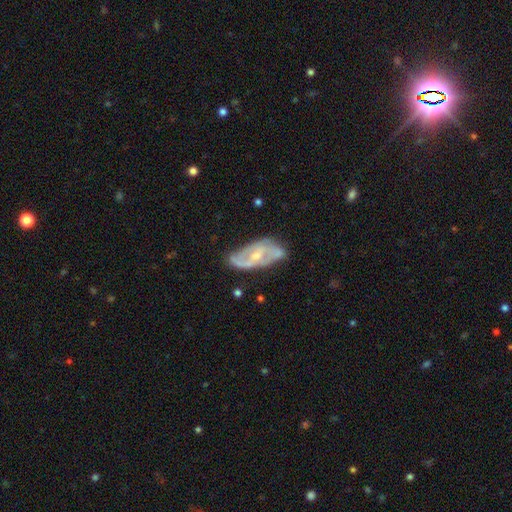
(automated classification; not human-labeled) smooth_or_featured: featured or disk (p=0.74) [alt: smooth p=0.20]
disk_edge_on: no (p=0.91) [alt: yes p=0.09]
bar: no (p=0.49) [alt: weak p=0.38]
has_spiral_arms: yes (p=0.73) [alt: no p=0.27]
bulge_size: small (p=0.55) [alt: moderate p=0.41]
merging: none (p=0.56) [alt: minor disturbance p=0.29]